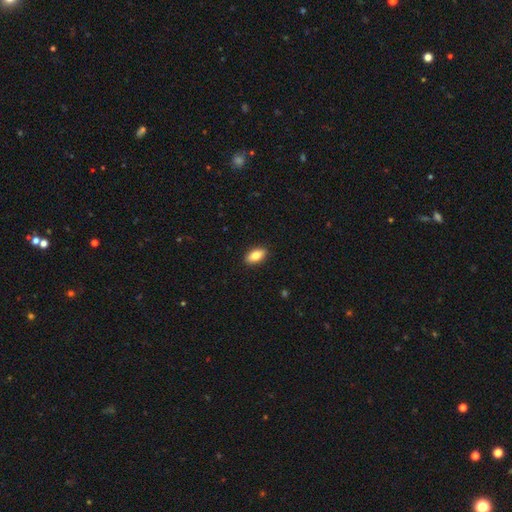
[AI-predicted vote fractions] smooth_or_featured: smooth (p=0.79) [alt: featured or disk p=0.14]
how_rounded: in between (p=0.89) [alt: cigar-shaped p=0.07]
merging: none (p=0.90) [alt: minor disturbance p=0.07]